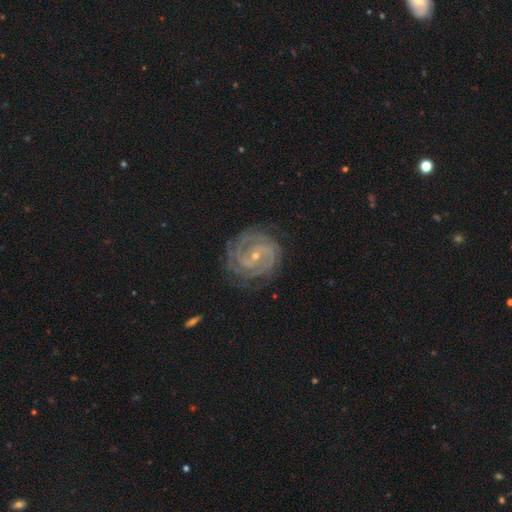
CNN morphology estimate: type=featured or disk (91%); edge-on=no (98%); bar=no (45%); spiral arms=yes (98%); winding=tight (78%); arm count=2 (44%); bulge=small (78%); merging=none (80%).